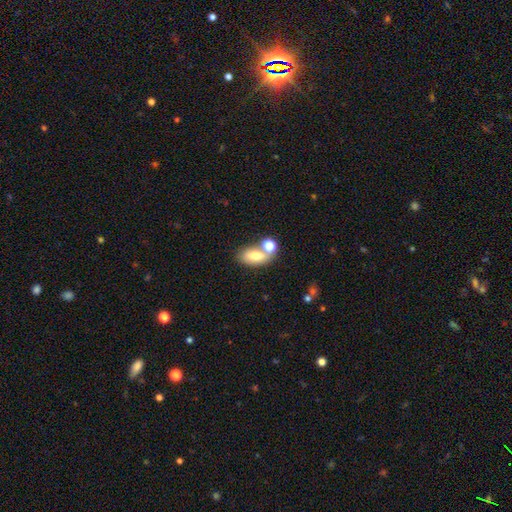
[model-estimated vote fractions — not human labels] This appears to be a smooth galaxy with no disk features (73%) that is in between round and cigar-shaped (83%). Merging: none (47%).